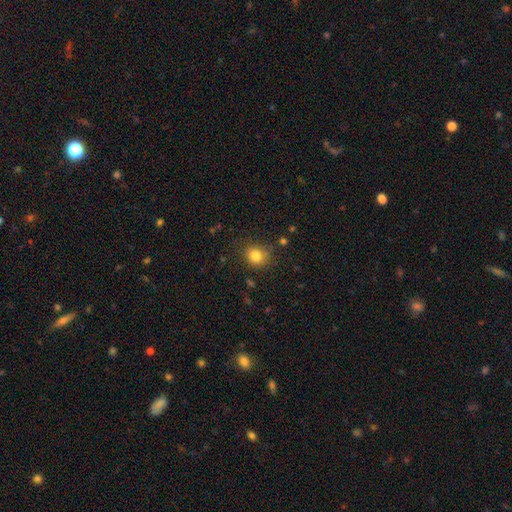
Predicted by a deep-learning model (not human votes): smooth 82%, star or artifact 12%, featured or disk 6%. Down the decision tree: how rounded — round (77%); merging — none (80%).